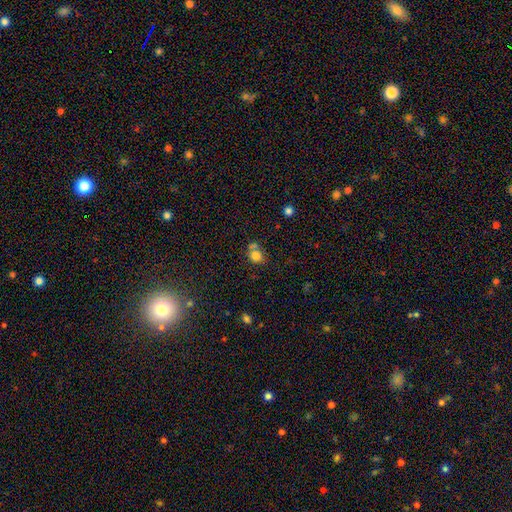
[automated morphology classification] Smooth or featured?
  - smooth: 78% *
  - star or artifact: 13%
  - featured or disk: 9%
How rounded?
  - round: 65% *
  - in between: 34%
  - cigar-shaped: 1%
Merging?
  - none: 49% *
  - merger: 29%
  - minor disturbance: 15%
  - major disturbance: 6%